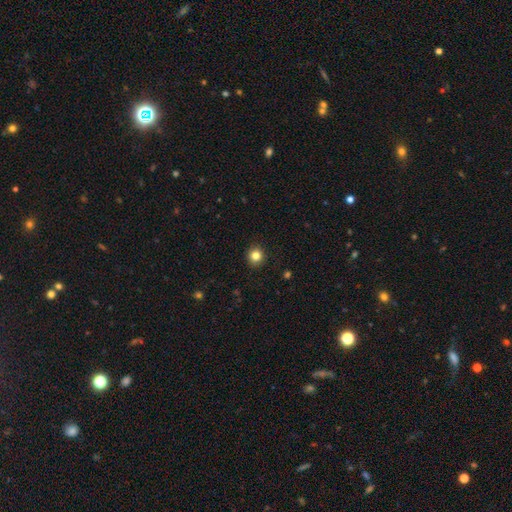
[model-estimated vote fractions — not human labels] A smooth galaxy with no disk features (83%) that is round (90%). Merging: none (92%).